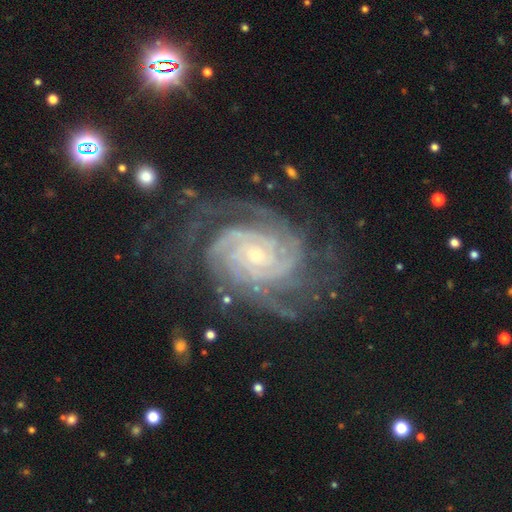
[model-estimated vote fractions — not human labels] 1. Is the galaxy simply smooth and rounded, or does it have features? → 91% featured or disk, 5% star or artifact, 3% smooth.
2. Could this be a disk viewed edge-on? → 97% no, 3% yes.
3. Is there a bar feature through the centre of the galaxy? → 62% no, 27% weak, 10% strong.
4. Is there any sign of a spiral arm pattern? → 99% yes, 1% no.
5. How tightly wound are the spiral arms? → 78% tight, 20% medium, 3% loose.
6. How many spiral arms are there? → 21% 4 (tied), 21% 3 (tied), 20% 2, 19% can't tell, 11% more than 4, 8% 1.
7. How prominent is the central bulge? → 63% small, 30% moderate, 3% none, 3% large, 1% dominant.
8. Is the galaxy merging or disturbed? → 71% none, 18% minor disturbance, 10% major disturbance, 2% merger.